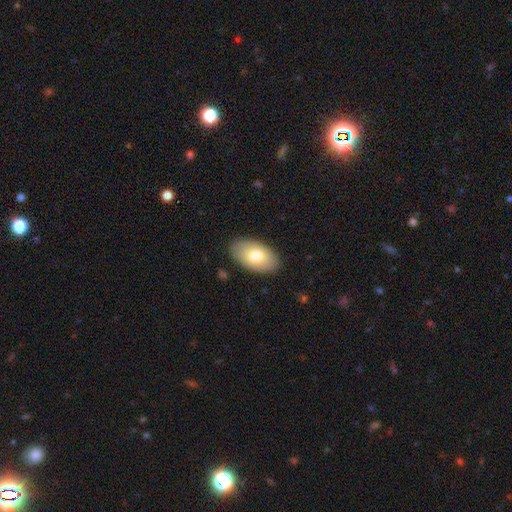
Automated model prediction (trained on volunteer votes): Smooth or featured: smooth — 76% (featured or disk — 18%)
How rounded: in between — 95% (round — 4%)
Merging: none — 87% (minor disturbance — 10%)